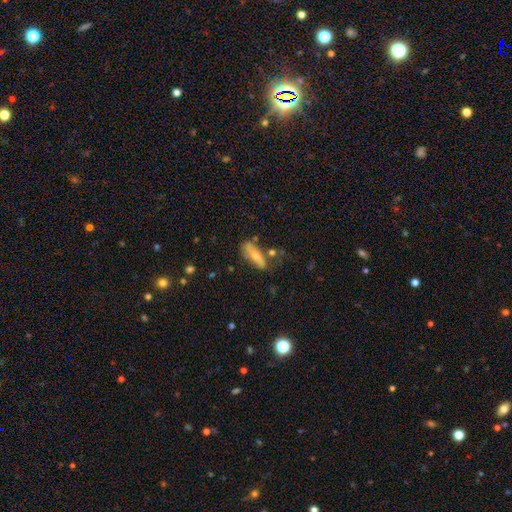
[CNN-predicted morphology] Smooth or featured: smooth — 60% (featured or disk — 33%)
How rounded: cigar-shaped — 54% (in between — 43%)
Merging: none — 57% (minor disturbance — 23%)